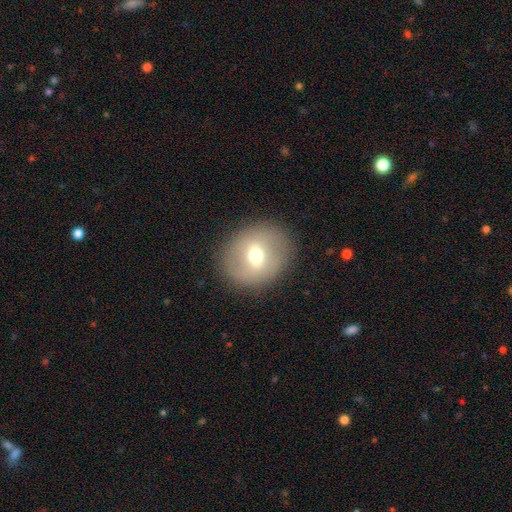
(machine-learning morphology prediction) Smooth or featured: smooth — 50% (featured or disk — 41%)
Merging: none — 87% (minor disturbance — 8%)